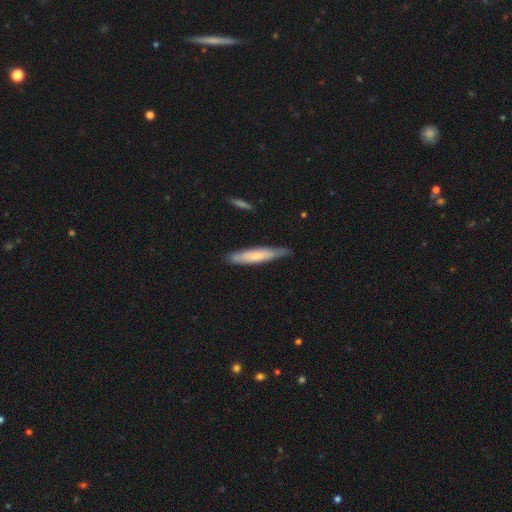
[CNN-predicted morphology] smooth_or_featured: smooth (p=0.58) [alt: featured or disk p=0.37]
how_rounded: cigar-shaped (p=0.86) [alt: in between p=0.12]
merging: none (p=0.75) [alt: minor disturbance p=0.20]